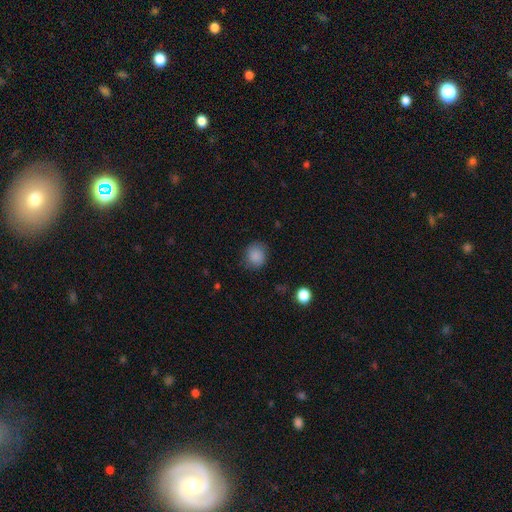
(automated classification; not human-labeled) Smooth or featured? smooth (86%)
How rounded? round (81%)
Merging? none (80%)